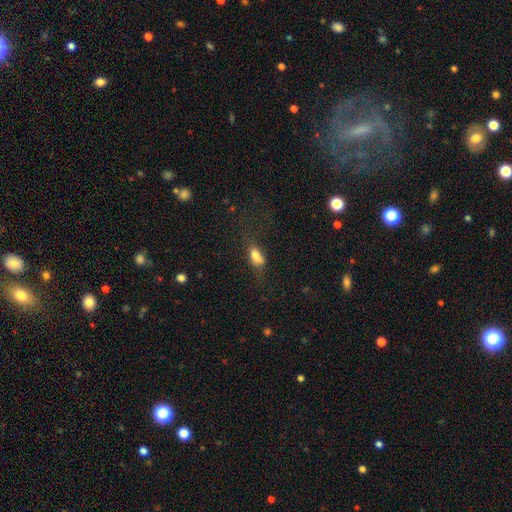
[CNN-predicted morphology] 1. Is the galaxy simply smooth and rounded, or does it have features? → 75% smooth, 14% featured or disk, 11% star or artifact.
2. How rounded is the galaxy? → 82% in between, 11% cigar-shaped, 7% round.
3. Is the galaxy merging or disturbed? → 45% none, 26% minor disturbance, 24% major disturbance, 5% merger.